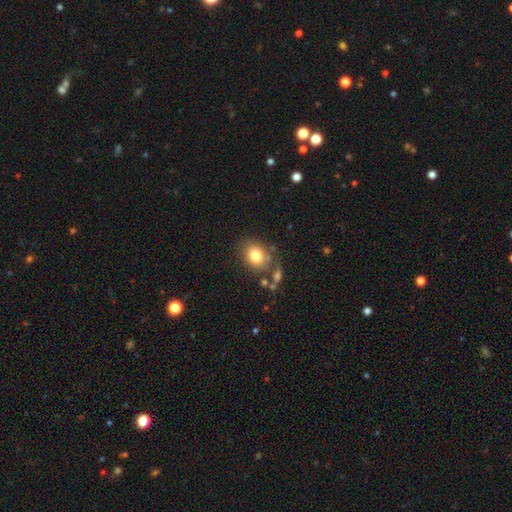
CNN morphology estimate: type=smooth (79%); roundness=round (53%); merging=none (71%).